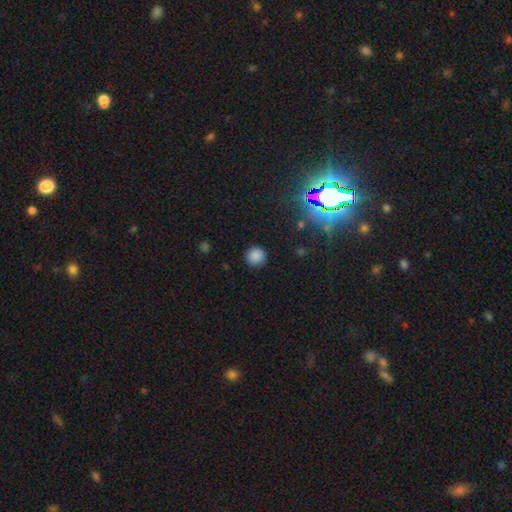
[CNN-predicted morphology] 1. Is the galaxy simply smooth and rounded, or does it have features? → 83% smooth, 13% star or artifact, 4% featured or disk.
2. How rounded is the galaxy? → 94% round, 5% in between, 1% cigar-shaped.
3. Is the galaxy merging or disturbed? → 91% none, 6% minor disturbance, 2% major disturbance, 1% merger.